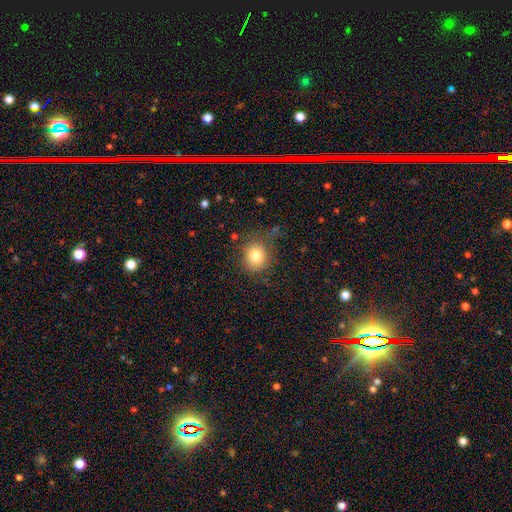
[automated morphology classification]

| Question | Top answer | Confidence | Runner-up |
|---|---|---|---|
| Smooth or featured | smooth | 80% | star or artifact (11%) |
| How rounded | round | 79% | in between (20%) |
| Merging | none | 75% | minor disturbance (16%) |